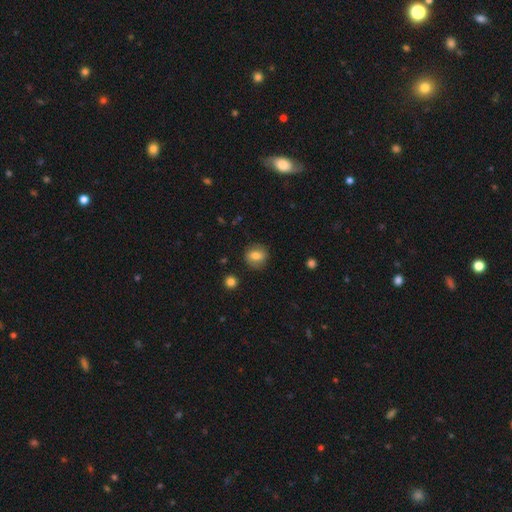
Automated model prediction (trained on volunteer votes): smooth_or_featured: smooth (p=0.76) [alt: featured or disk p=0.14]
how_rounded: round (p=0.76) [alt: in between p=0.23]
merging: none (p=0.86) [alt: minor disturbance p=0.10]